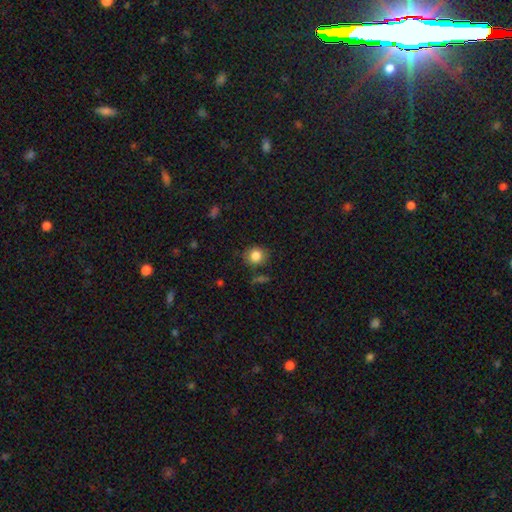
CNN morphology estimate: type=smooth (84%); roundness=round (80%); merging=none (81%).